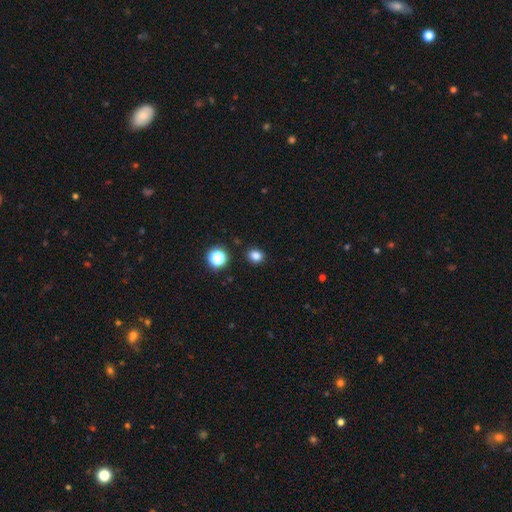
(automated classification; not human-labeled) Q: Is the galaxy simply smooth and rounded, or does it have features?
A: smooth — 82%.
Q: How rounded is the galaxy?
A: round — 58%.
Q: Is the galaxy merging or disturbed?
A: none — 89%.